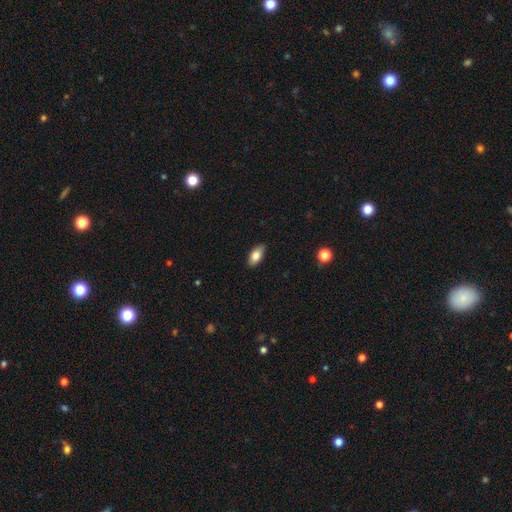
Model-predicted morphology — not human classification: This is clearly a smooth galaxy (82%). How rounded: clearly in between (90%). Merging: clearly none (85%).